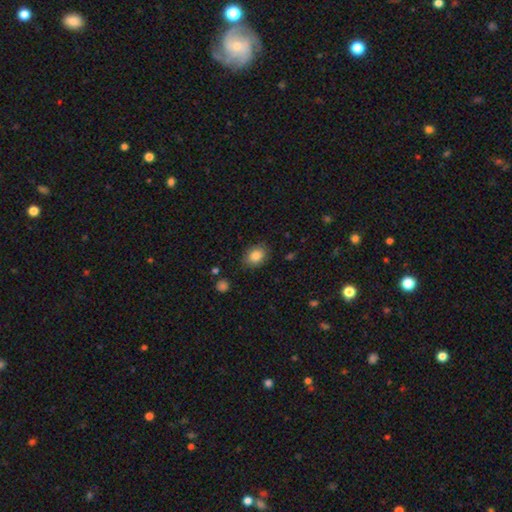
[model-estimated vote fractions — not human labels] This appears to be a smooth galaxy with no disk features (84%) that is in between round and cigar-shaped (68%). Merging: none (82%).